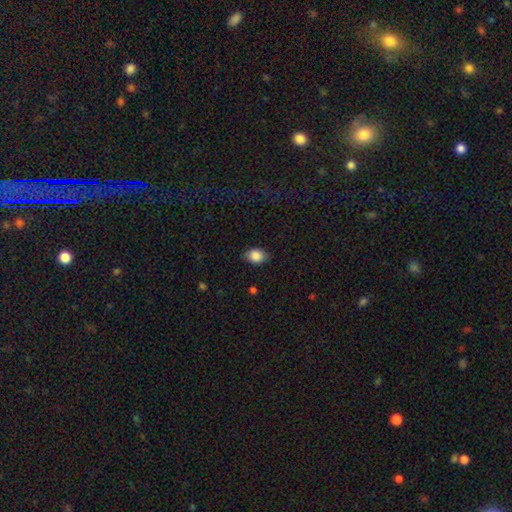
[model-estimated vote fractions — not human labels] This is clearly a smooth galaxy (87%). How rounded: likely in between (74%). Merging: clearly none (81%).